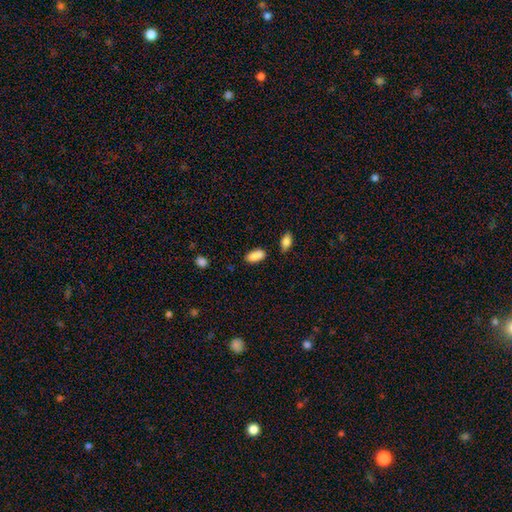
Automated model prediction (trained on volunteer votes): smooth 85%, star or artifact 8%, featured or disk 7%. Down the decision tree: how rounded — in between (91%); merging — none (63%).